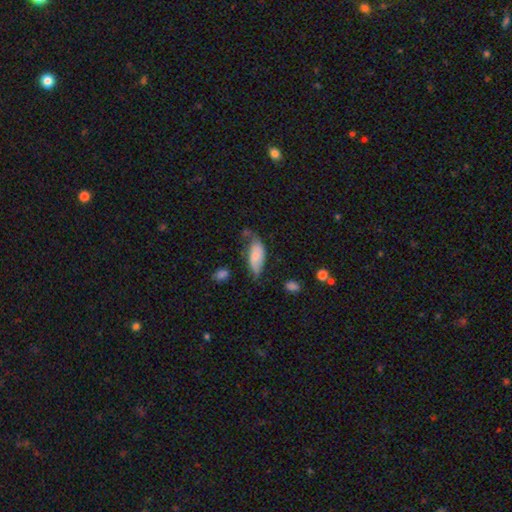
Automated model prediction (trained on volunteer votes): Smooth or featured? Predicted: smooth (p=0.69). How rounded? Predicted: in between (p=0.87). Merging? Predicted: none (p=0.40, tied with minor disturbance).